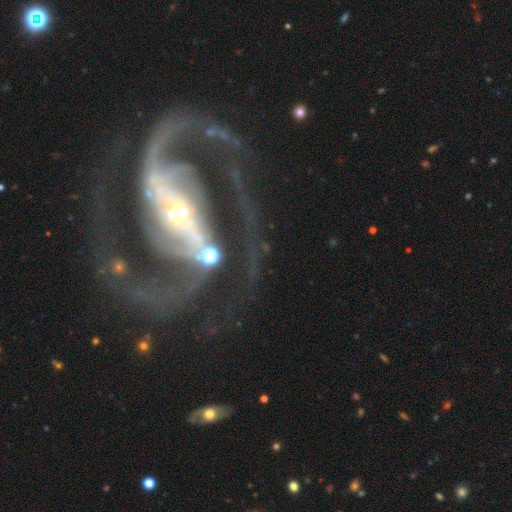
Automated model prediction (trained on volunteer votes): This is clearly a featured or disk galaxy (93%). It is clearly not viewed edge-on (98%). Bar: likely strong (69%). Spiral arm pattern: clearly yes (98%). Spiral arm count: clearly 2 (89%). Spiral winding: likely medium (63%). Central bulge: likely small (70%). Merging: likely none (69%).